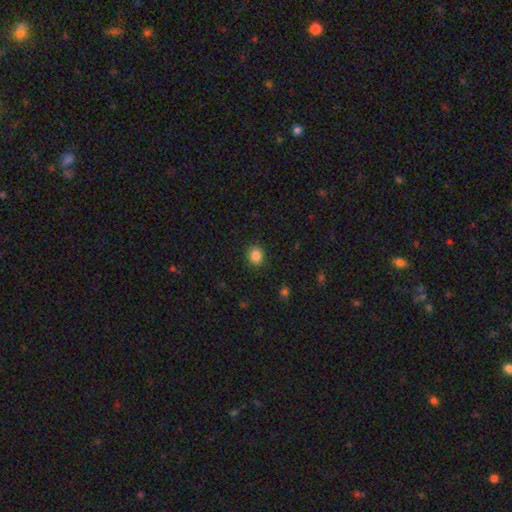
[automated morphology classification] A smooth galaxy with no disk features (85%) that is round (73%). Merging: none (89%).